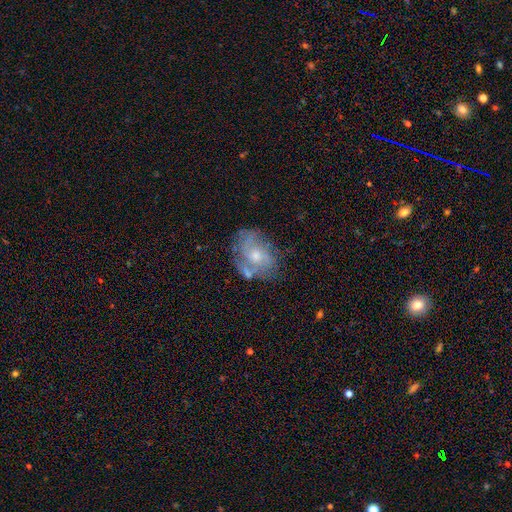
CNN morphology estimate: Smooth or featured?
  - featured or disk: 65% *
  - smooth: 26%
  - star or artifact: 9%
Edge-on disk?
  - no: 96% *
  - yes: 4%
Bar?
  - no: 73% *
  - weak: 23%
  - strong: 4%
Spiral arms?
  - yes: 73% *
  - no: 27%
Bulge size?
  - moderate: 53% *
  - small: 40%
  - large: 3%
  - none: 3%
  - dominant: 1%
Merging?
  - none: 56% *
  - minor disturbance: 23%
  - major disturbance: 11%
  - merger: 9%